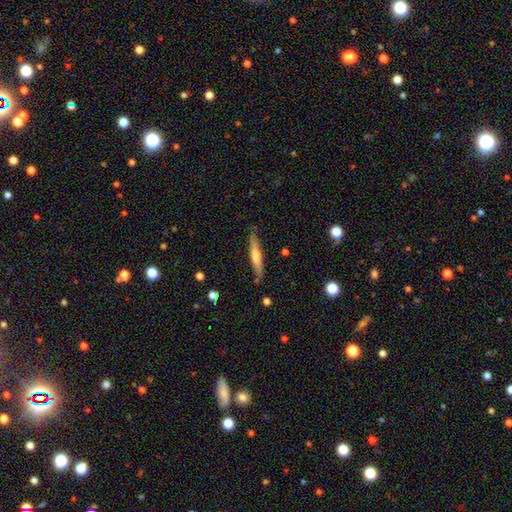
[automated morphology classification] smooth 50%, featured or disk 44%, star or artifact 6%. Down the decision tree: merging — none (84%).